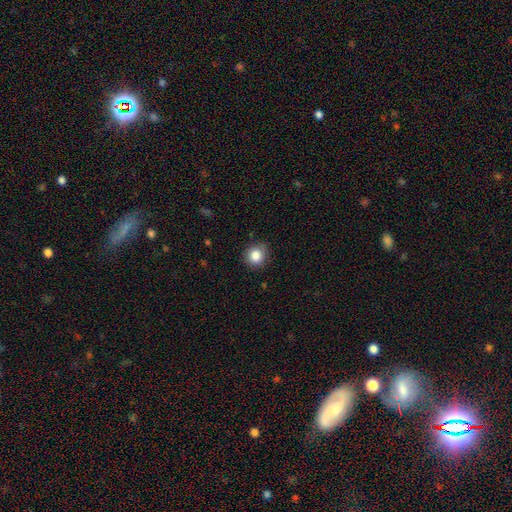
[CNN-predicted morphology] Q: Smooth or featured?
A: smooth (85%); runner-up: star or artifact (10%)
Q: How rounded?
A: round (87%); runner-up: in between (12%)
Q: Merging?
A: none (84%); runner-up: minor disturbance (13%)